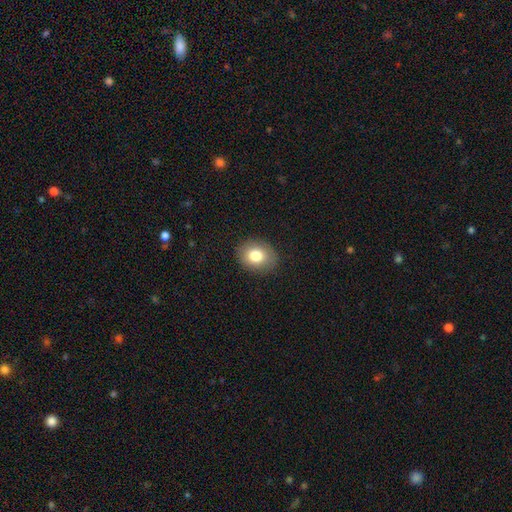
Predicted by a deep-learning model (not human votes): Overall: smooth (80%). How rounded: in between (53%; round 47%). Merging: none (87%).